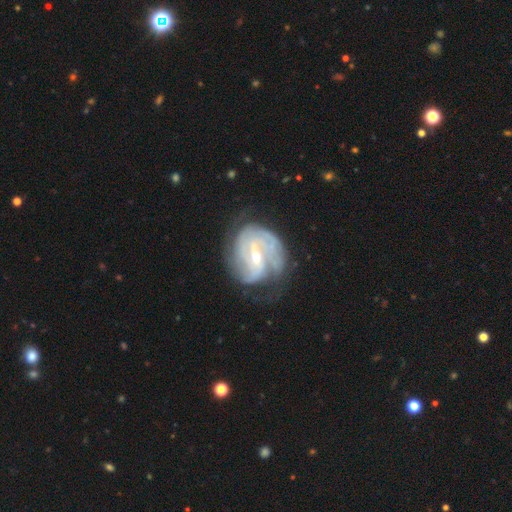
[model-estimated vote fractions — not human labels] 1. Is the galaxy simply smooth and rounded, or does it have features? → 87% featured or disk, 8% smooth, 5% star or artifact.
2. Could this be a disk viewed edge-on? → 97% no, 3% yes.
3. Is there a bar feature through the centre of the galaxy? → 50% weak, 37% strong, 13% no.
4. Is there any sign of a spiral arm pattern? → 95% yes, 5% no.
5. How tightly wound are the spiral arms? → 56% tight, 34% medium, 10% loose.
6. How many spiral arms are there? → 34% 2, 29% can't tell, 19% 3, 8% 4, 5% 1, 4% more than 4.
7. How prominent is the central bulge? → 54% small, 42% moderate, 2% large, 2% none, 1% dominant.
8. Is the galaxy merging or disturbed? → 60% none, 23% minor disturbance, 14% major disturbance, 2% merger.